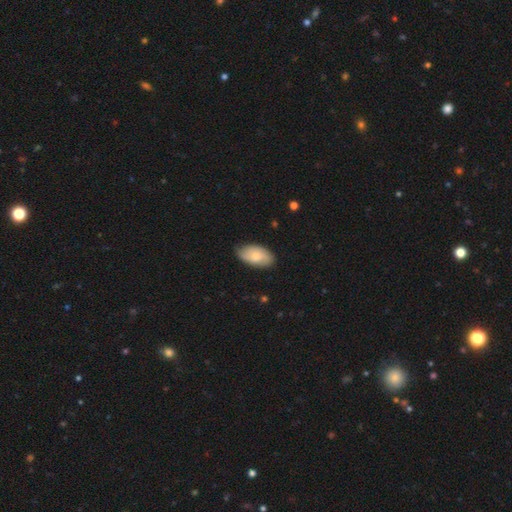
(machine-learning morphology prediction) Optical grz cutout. It shows a smooth galaxy with no disk features (69%) that is in between round and cigar-shaped (95%). Merging: none (76%).